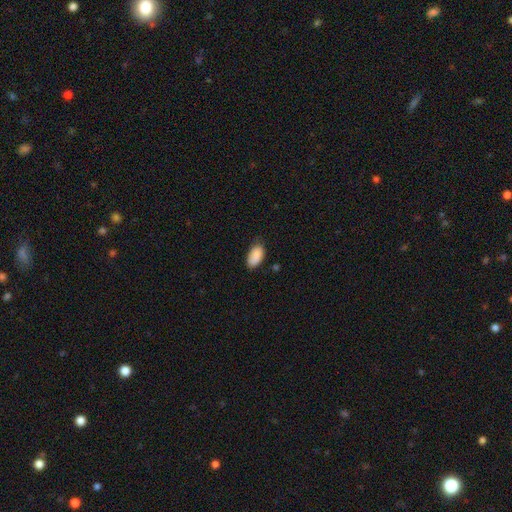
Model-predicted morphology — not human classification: Q: Smooth or featured?
A: smooth (88%); runner-up: star or artifact (7%)
Q: How rounded?
A: in between (94%); runner-up: round (3%)
Q: Merging?
A: none (70%); runner-up: minor disturbance (24%)